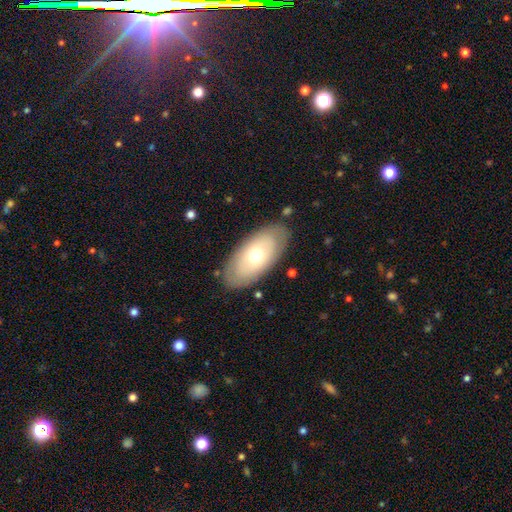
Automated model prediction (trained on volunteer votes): Morphology: type=smooth (59%); roundness=in between (93%); merging=none (83%).